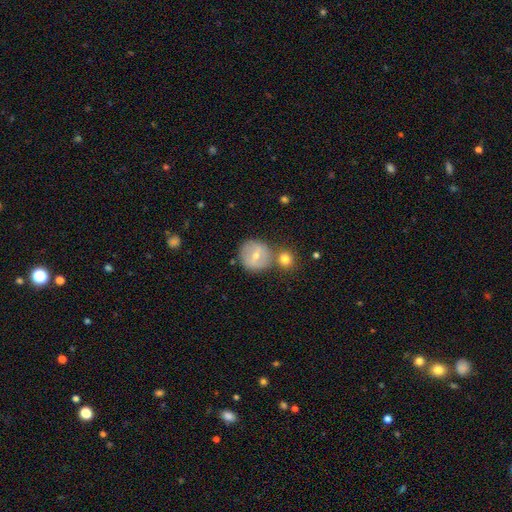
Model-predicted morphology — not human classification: Smooth or featured? Predicted: smooth (p=0.58). How rounded? Predicted: round (p=0.91). Merging? Predicted: none (p=0.61).